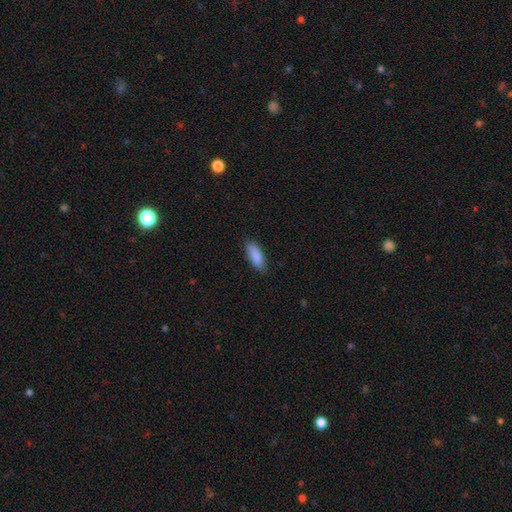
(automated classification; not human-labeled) Smooth or featured? smooth (89%)
How rounded? in between (68%)
Merging? none (84%)